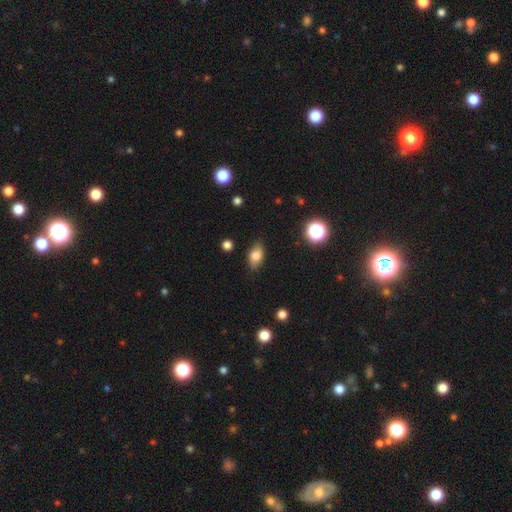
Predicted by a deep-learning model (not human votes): smooth 77%, featured or disk 14%, star or artifact 9%. Down the decision tree: how rounded — in between (86%); merging — none (81%).